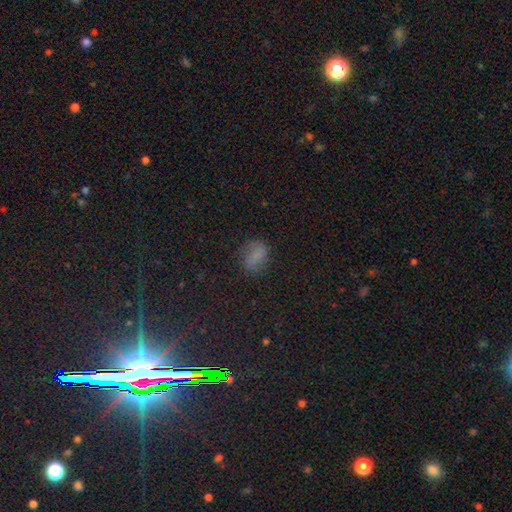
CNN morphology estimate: A smooth galaxy with no disk features (64%) that is in between round and cigar-shaped (70%).

Vote fractions:
- Smooth or featured? smooth: 64% / star or artifact: 19% / featured or disk: 17%
- How rounded? in between: 70% / round: 26% / cigar-shaped: 4%
- Merging? none: 72% / minor disturbance: 19% / major disturbance: 8% / merger: 2%